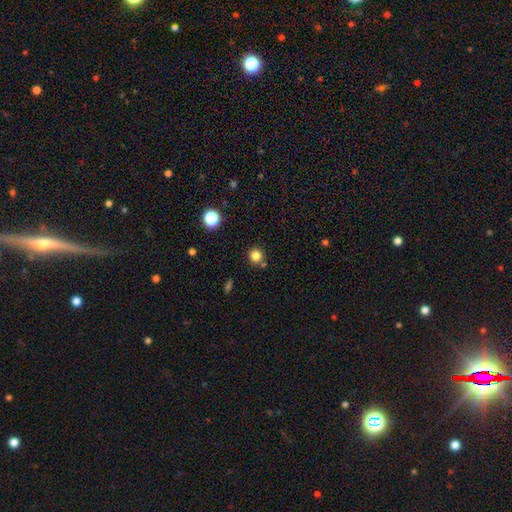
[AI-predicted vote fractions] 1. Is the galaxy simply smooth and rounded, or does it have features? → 81% smooth, 13% star or artifact, 5% featured or disk.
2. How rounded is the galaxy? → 93% round, 6% in between, 1% cigar-shaped.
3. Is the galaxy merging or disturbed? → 78% none, 10% merger, 9% minor disturbance, 3% major disturbance.